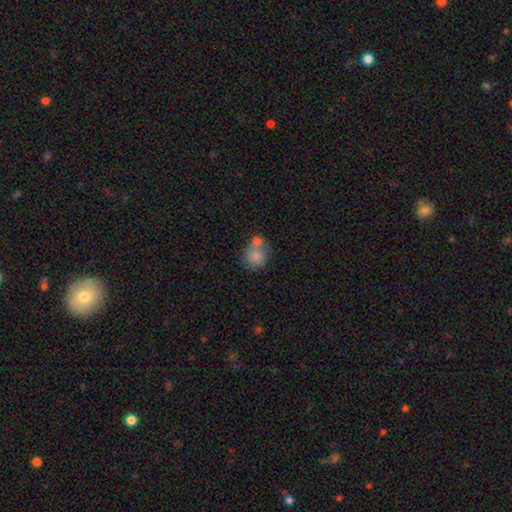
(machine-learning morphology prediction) type=smooth (77%); roundness=round (70%); merging=merger (53%).